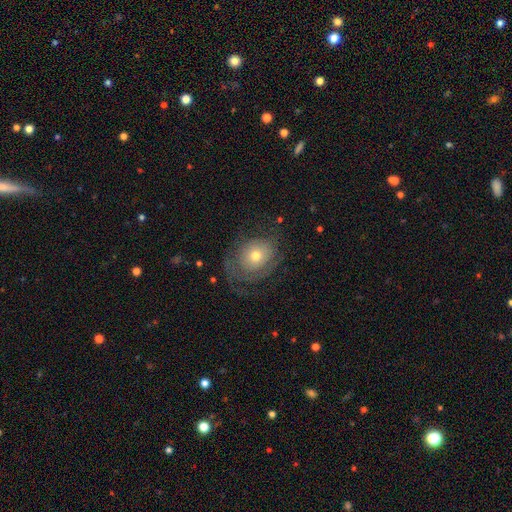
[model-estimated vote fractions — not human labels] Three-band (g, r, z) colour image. It shows a featured or disk galaxy (51%). Merging: none (57%).